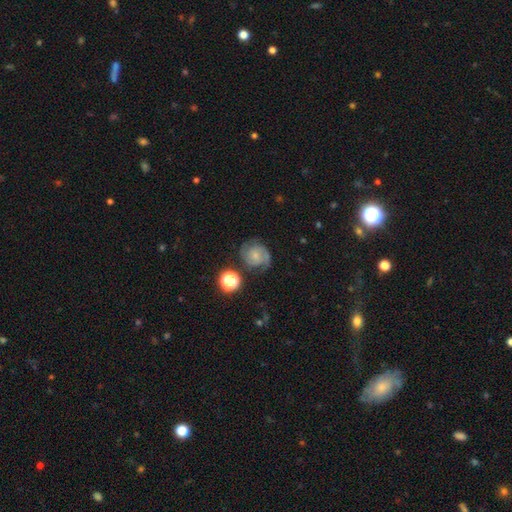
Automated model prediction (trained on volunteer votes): Smooth or featured? Predicted: featured or disk (p=0.74). Edge-on disk? Predicted: no (p=0.98). Bar? Predicted: no (p=0.70). Spiral arms? Predicted: yes (p=0.95). Spiral winding? Predicted: medium (p=0.44). Spiral arm count? Predicted: 2 (p=0.81). Bulge size? Predicted: small (p=0.58). Merging? Predicted: none (p=0.68).